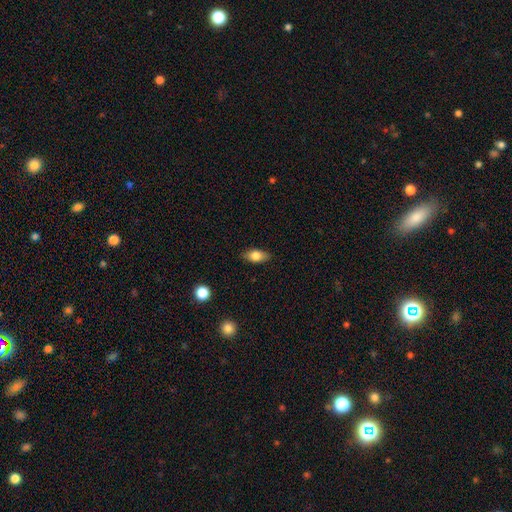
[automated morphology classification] Smooth or featured? Predicted: smooth (p=0.76). How rounded? Predicted: in between (p=0.85). Merging? Predicted: none (p=0.85).